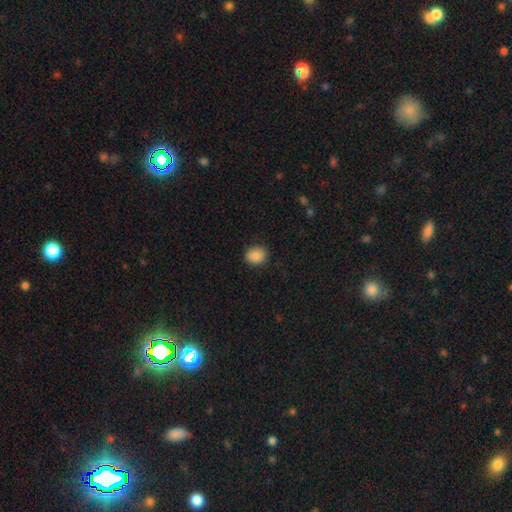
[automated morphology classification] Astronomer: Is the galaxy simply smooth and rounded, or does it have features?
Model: smooth — 88%.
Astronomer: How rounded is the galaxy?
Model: round — 67%.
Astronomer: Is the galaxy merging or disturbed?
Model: none — 88%.